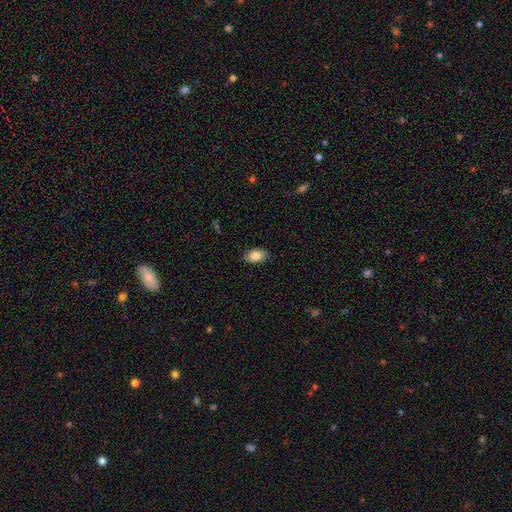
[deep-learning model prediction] smooth_or_featured: smooth (p=0.83) [alt: featured or disk p=0.10]
how_rounded: in between (p=0.91) [alt: round p=0.07]
merging: none (p=0.87) [alt: minor disturbance p=0.10]